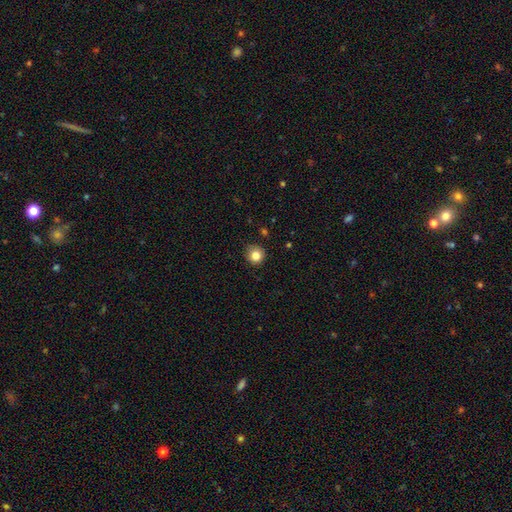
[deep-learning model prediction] This appears to be a smooth galaxy with no disk features (83%) that is round (91%). Merging: none (81%).